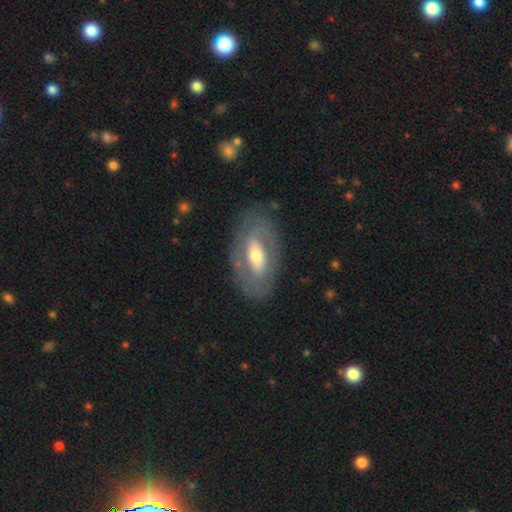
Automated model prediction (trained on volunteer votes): Smooth or featured?
  - featured or disk: 65% *
  - smooth: 30%
  - star or artifact: 5%
Edge-on disk?
  - no: 89% *
  - yes: 11%
Bar?
  - no: 40% *
  - strong: 30%
  - weak: 29%
Spiral arms?
  - no: 58% *
  - yes: 42%
Bulge size?
  - moderate: 57% *
  - small: 28%
  - large: 12%
  - dominant: 2%
  - none: 1%
Merging?
  - none: 80% *
  - minor disturbance: 13%
  - major disturbance: 6%
  - merger: 1%